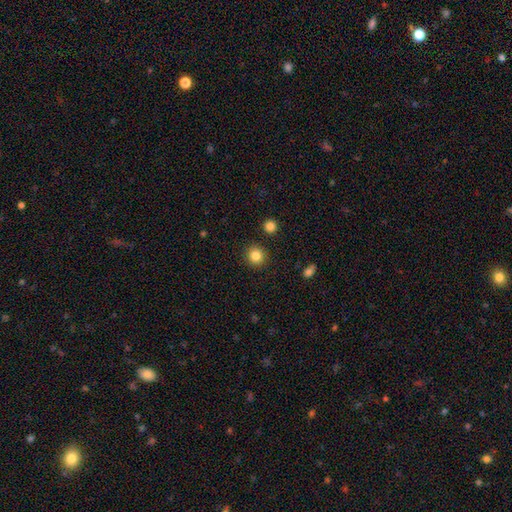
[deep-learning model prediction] Smooth or featured? Predicted: smooth (p=0.84). How rounded? Predicted: round (p=0.92). Merging? Predicted: none (p=0.91).